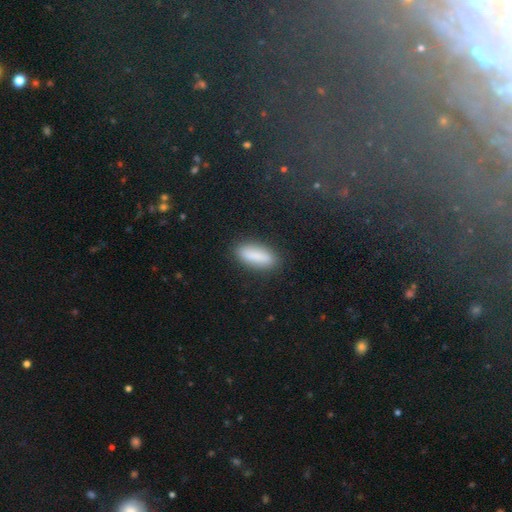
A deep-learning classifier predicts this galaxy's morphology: Overall: smooth (84%). How rounded: in between (55%; cigar-shaped 43%). Merging: none (87%).